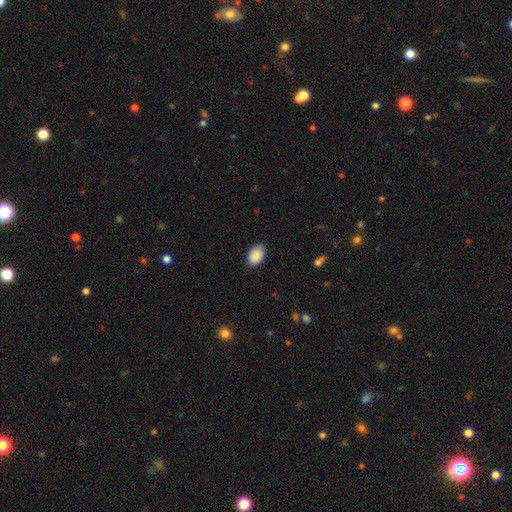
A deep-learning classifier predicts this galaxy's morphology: Smooth or featured? smooth (90%)
How rounded? in between (88%)
Merging? none (83%)